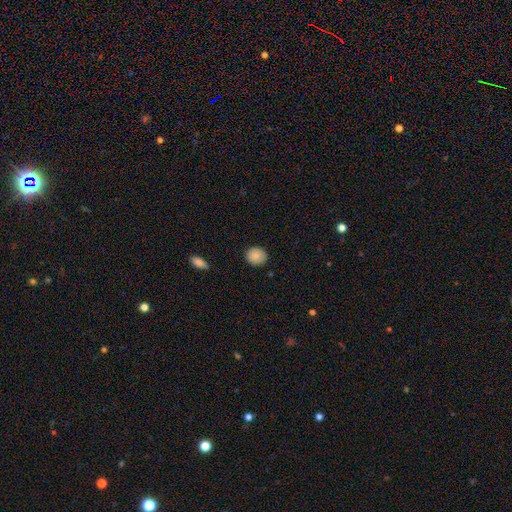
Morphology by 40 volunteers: This appears to be a smooth galaxy with no disk features (82%) that is round (85%). Merging: none (94%).